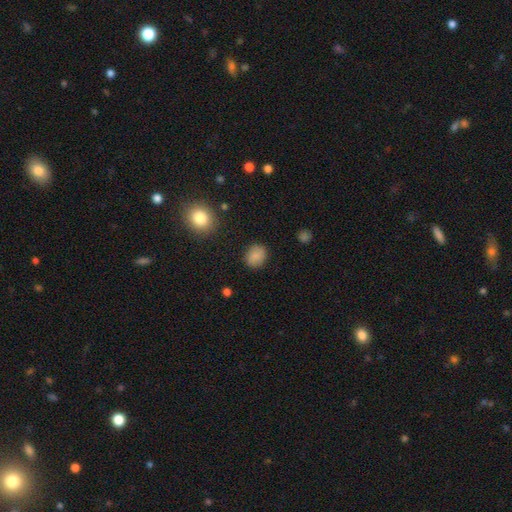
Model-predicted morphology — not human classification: smooth-or-featured: smooth: 85% | star or artifact: 9% | featured or disk: 6%
  how-rounded: round: 66% | in between: 33% | cigar-shaped: 1%
  merging: none: 87% | minor disturbance: 9% | major disturbance: 3% | merger: 1%